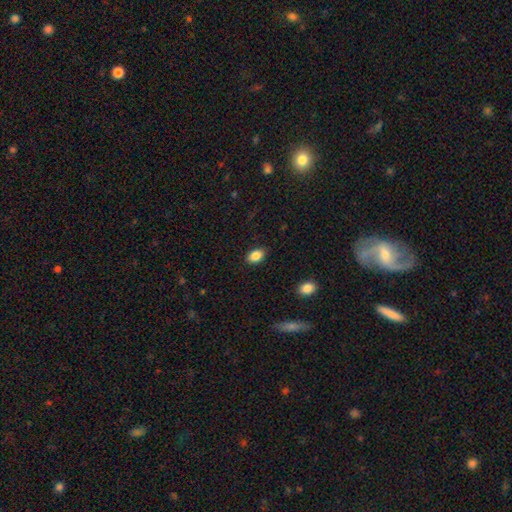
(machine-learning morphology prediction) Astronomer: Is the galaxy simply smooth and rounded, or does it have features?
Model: smooth — 87%.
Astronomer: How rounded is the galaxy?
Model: in between — 85%.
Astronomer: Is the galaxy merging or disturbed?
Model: none — 87%.